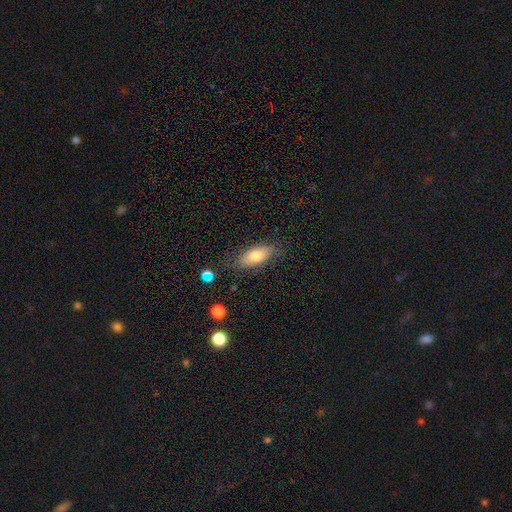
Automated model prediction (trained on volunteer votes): smooth-or-featured: smooth: 74% | featured or disk: 18% | star or artifact: 8%
  how-rounded: in between: 83% | cigar-shaped: 13% | round: 3%
  merging: none: 79% | minor disturbance: 15% | major disturbance: 4% | merger: 2%